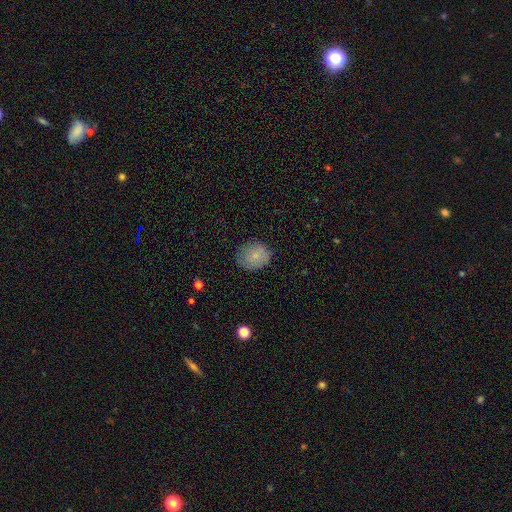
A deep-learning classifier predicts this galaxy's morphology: smooth-or-featured: smooth: 77% | featured or disk: 14% | star or artifact: 9%
  how-rounded: round: 68% | in between: 31% | cigar-shaped: 1%
  merging: none: 73% | minor disturbance: 20% | major disturbance: 5% | merger: 1%